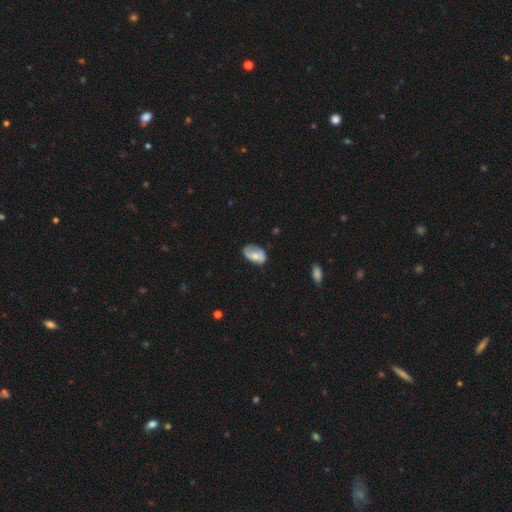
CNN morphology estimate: A smooth galaxy with no disk features (61%) that is in between round and cigar-shaped (91%). Merging: none (52%).